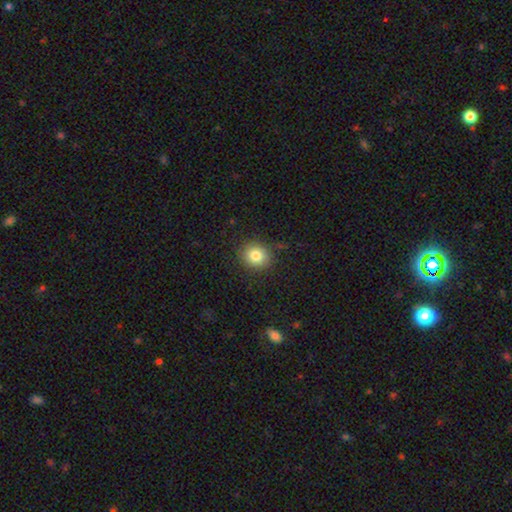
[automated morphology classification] Smooth or featured? Predicted: smooth (p=0.82). How rounded? Predicted: round (p=0.77). Merging? Predicted: none (p=0.86).